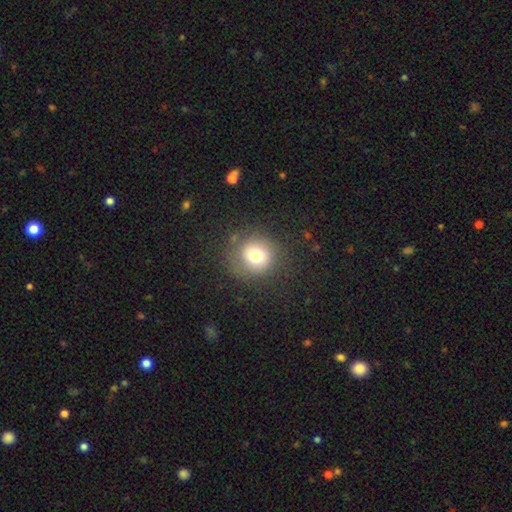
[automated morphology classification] Smooth or featured? Predicted: smooth (p=0.73). How rounded? Predicted: round (p=0.89). Merging? Predicted: none (p=0.78).